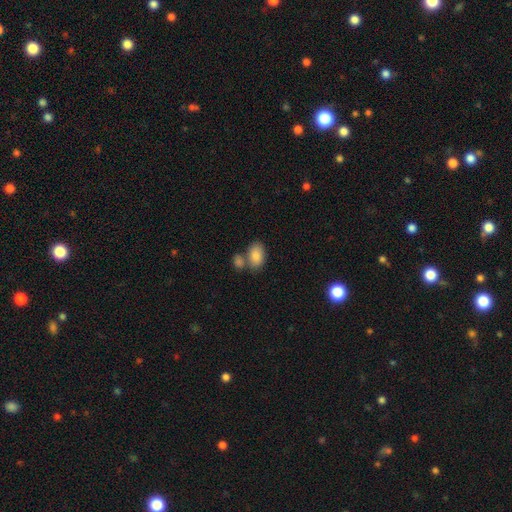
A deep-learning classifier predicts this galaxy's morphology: Smooth or featured? smooth (85%)
How rounded? in between (89%)
Merging? none (49%)